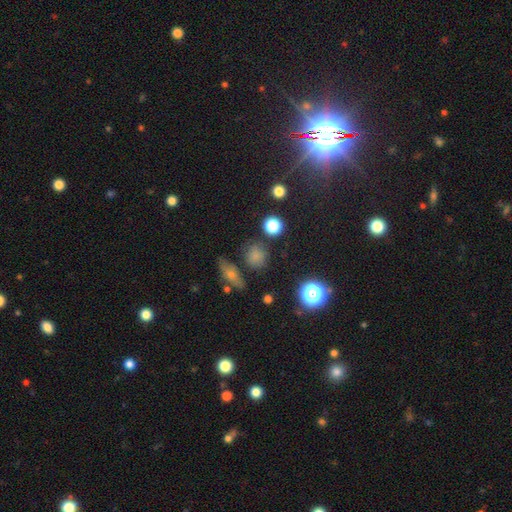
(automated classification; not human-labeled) A smooth galaxy with no disk features (72%) that is round (79%).

Vote fractions:
- Smooth or featured? smooth: 72% / star or artifact: 19% / featured or disk: 8%
- How rounded? round: 79% / in between: 18% / cigar-shaped: 3%
- Merging? none: 75% / minor disturbance: 14% / merger: 6% / major disturbance: 5%